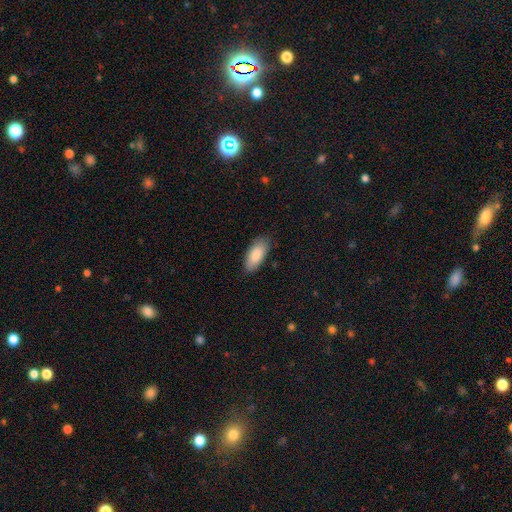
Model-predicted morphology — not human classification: Smooth or featured? smooth (87%)
How rounded? in between (87%)
Merging? none (84%)